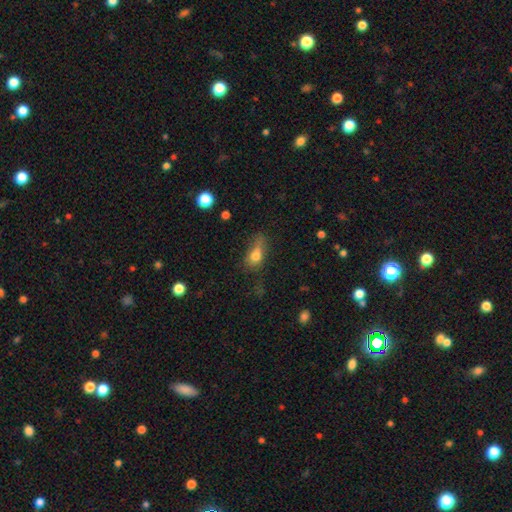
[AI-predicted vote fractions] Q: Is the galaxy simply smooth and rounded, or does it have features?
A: smooth — 73%.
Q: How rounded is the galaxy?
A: in between — 69%.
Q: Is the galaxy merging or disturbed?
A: none — 33%.